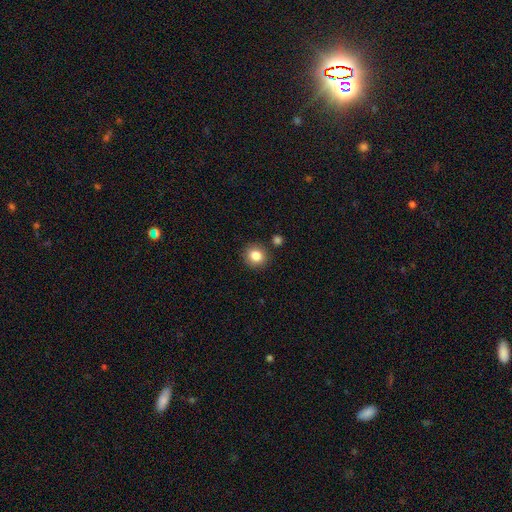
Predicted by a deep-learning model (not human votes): smooth_or_featured: smooth (p=0.84) [alt: star or artifact p=0.10]
how_rounded: round (p=0.87) [alt: in between p=0.12]
merging: none (p=0.85) [alt: minor disturbance p=0.08]